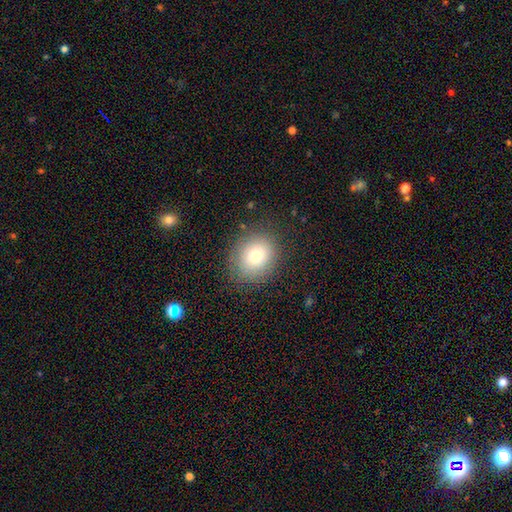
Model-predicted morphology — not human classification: This is likely a smooth galaxy (74%). How rounded: likely round (71%). Merging: clearly none (84%).